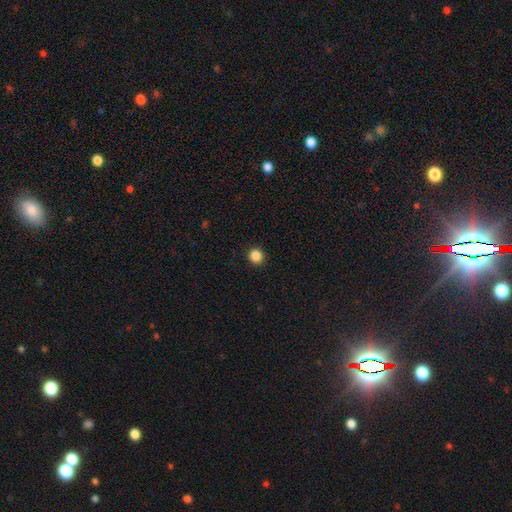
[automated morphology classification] This appears to be a smooth galaxy with no disk features (86%) that is round (86%). Merging: none (92%).